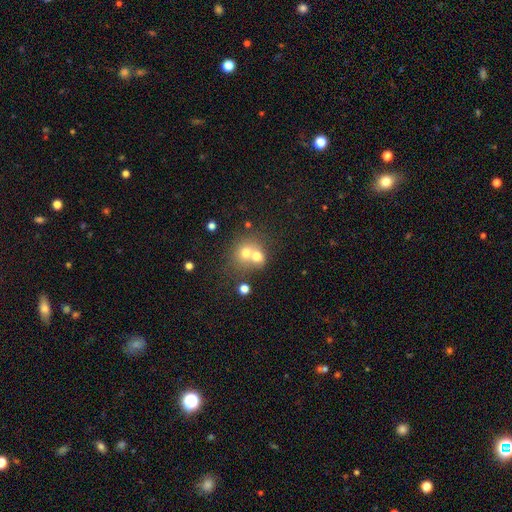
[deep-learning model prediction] Overall: smooth (66%). How rounded: round (70%). Merging: merger (63%; none 27%).